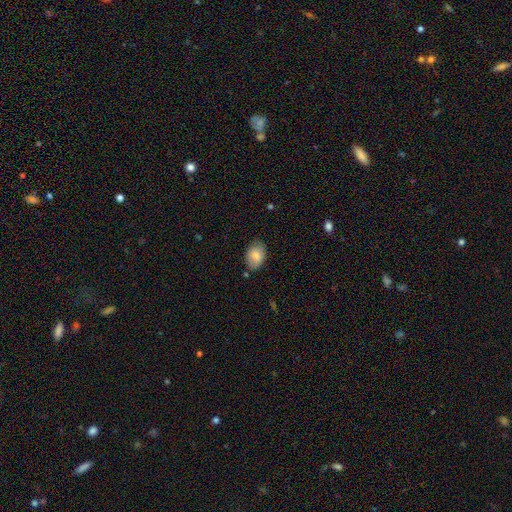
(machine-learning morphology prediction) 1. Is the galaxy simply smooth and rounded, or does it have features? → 78% smooth, 15% featured or disk, 7% star or artifact.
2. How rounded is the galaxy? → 84% in between, 15% round, 1% cigar-shaped.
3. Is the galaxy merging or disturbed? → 76% none, 19% minor disturbance, 3% major disturbance, 2% merger.